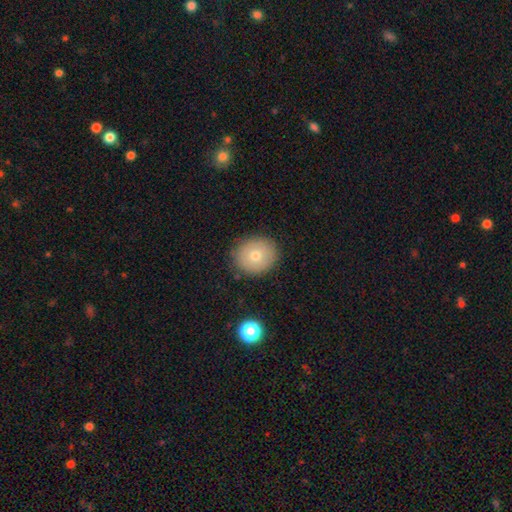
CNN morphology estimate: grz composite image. It shows a smooth galaxy with no disk features (72%) that is round (75%). Merging: none (88%).